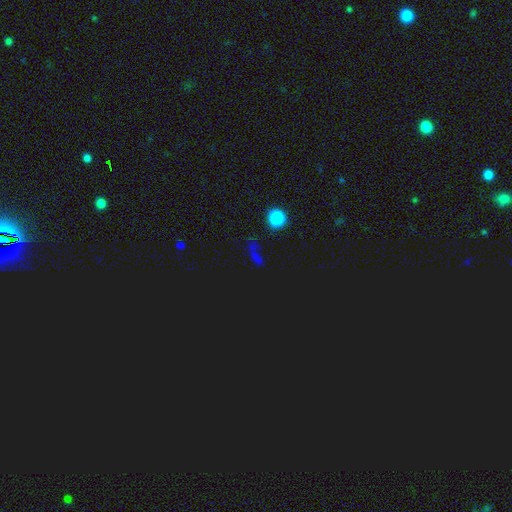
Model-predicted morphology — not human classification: type=star or artifact (63%).